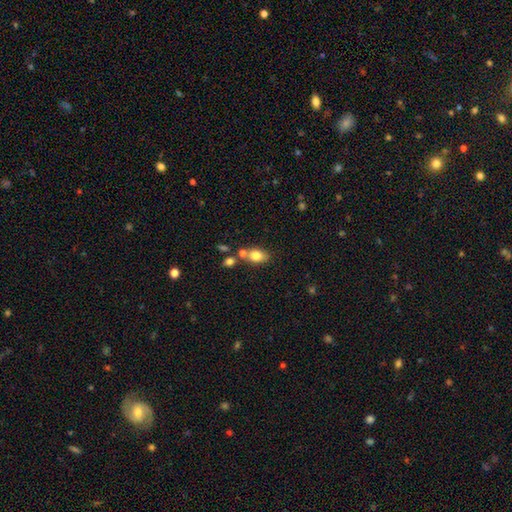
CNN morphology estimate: smooth 79%, featured or disk 12%, star or artifact 9%. Down the decision tree: how rounded — in between (78%); merging — none (55%).